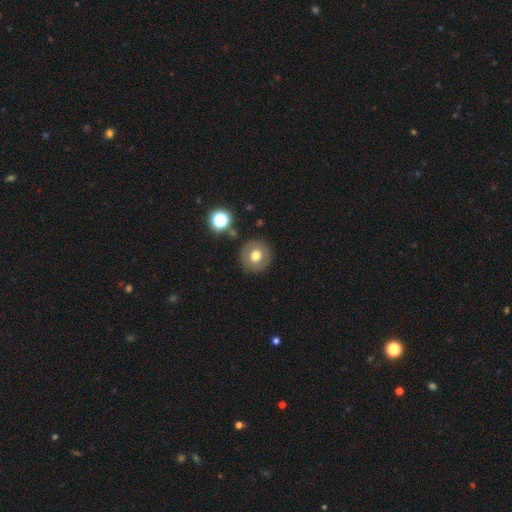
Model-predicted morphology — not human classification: Smooth or featured?
  - smooth: 70% *
  - featured or disk: 19%
  - star or artifact: 11%
How rounded?
  - round: 93% *
  - in between: 6%
  - cigar-shaped: 1%
Merging?
  - none: 87% *
  - minor disturbance: 7%
  - major disturbance: 3%
  - merger: 3%